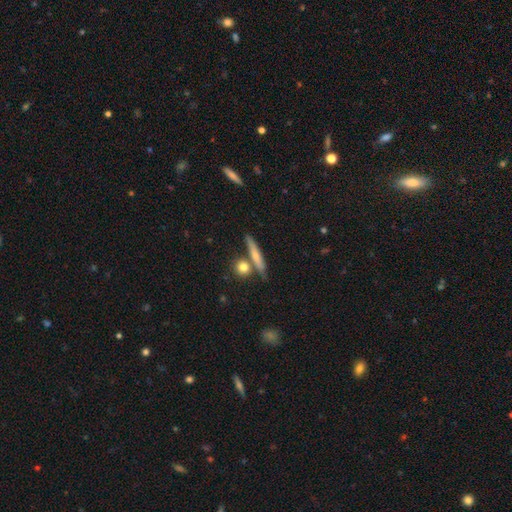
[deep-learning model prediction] Morphology: type=smooth (61%); roundness=cigar-shaped (78%); merging=none (68%).